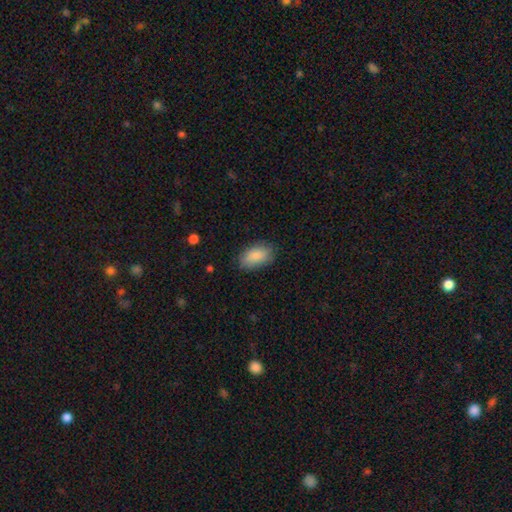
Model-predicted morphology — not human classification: Smooth or featured? smooth (87%)
How rounded? in between (92%)
Merging? none (82%)